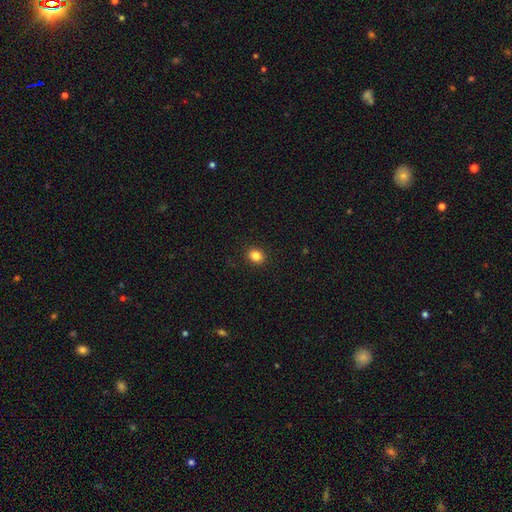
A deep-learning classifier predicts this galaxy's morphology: Smooth or featured?
  - smooth: 84% *
  - star or artifact: 11%
  - featured or disk: 4%
How rounded?
  - round: 58% *
  - in between: 41%
  - cigar-shaped: 1%
Merging?
  - none: 91% *
  - minor disturbance: 6%
  - major disturbance: 2%
  - merger: 1%